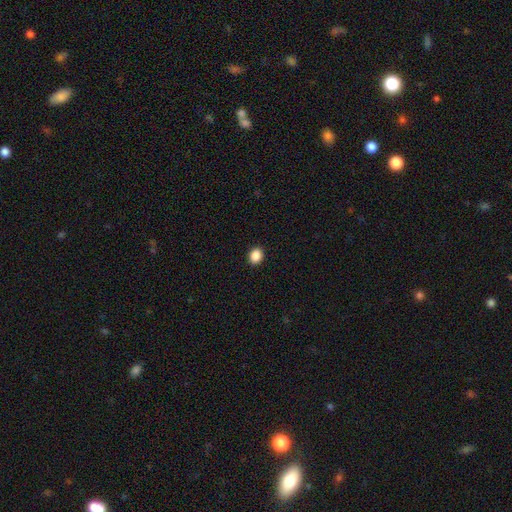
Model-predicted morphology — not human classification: smooth-or-featured: smooth: 88% | star or artifact: 9% | featured or disk: 3%
  how-rounded: round: 51% | in between: 48% | cigar-shaped: 1%
  merging: none: 92% | minor disturbance: 6% | major disturbance: 2% | merger: 1%